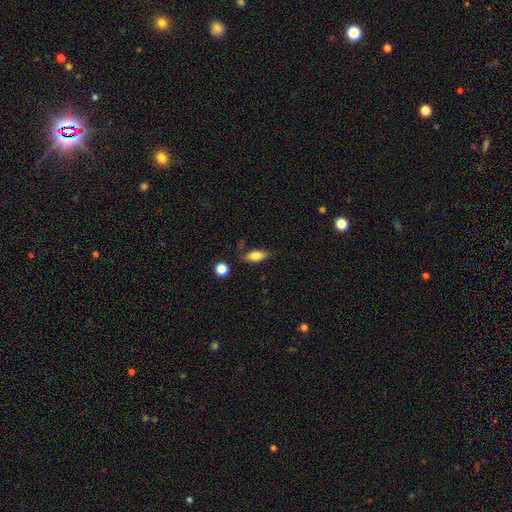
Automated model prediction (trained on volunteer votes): This appears to be a smooth galaxy with no disk features (79%) that is in between round and cigar-shaped (83%). Merging: none (69%).